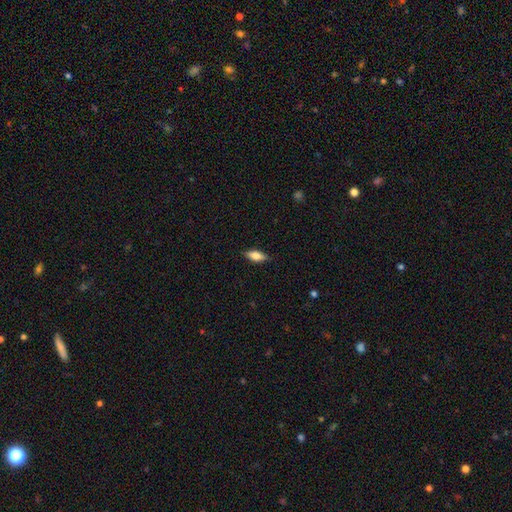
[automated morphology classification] Smooth or featured? Predicted: smooth (p=0.67). How rounded? Predicted: in between (p=0.73). Merging? Predicted: none (p=0.86).